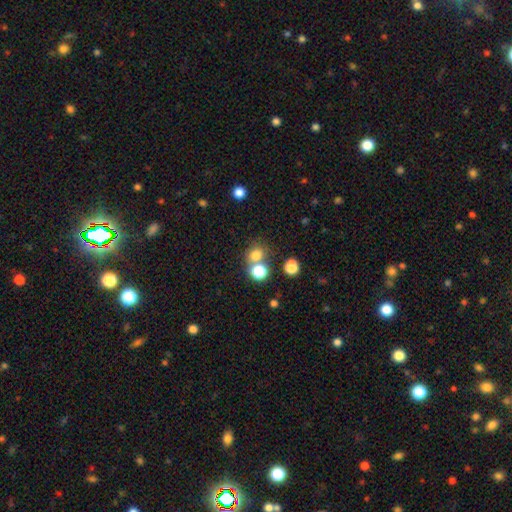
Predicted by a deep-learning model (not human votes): Smooth or featured: smooth — 74% (star or artifact — 17%)
How rounded: round — 69% (in between — 30%)
Merging: none — 54% (merger — 31%)